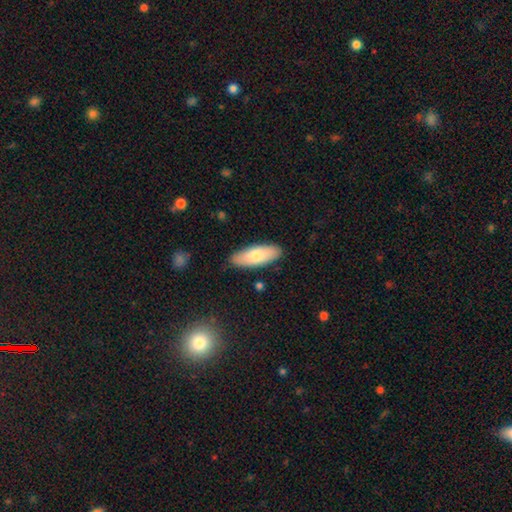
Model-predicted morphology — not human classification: smooth 76%, featured or disk 19%, star or artifact 6%. Down the decision tree: how rounded — in between (74%); merging — none (87%).